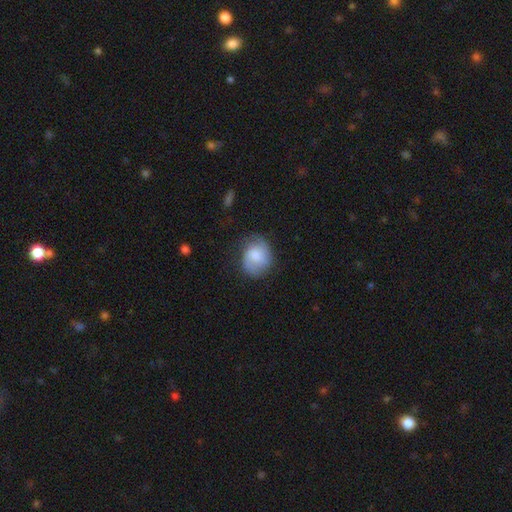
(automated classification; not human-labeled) A smooth galaxy with no disk features (64%) that is round (62%).

Vote fractions:
- Smooth or featured? smooth: 64% / featured or disk: 29% / star or artifact: 7%
- How rounded? round: 62% / in between: 37% / cigar-shaped: 1%
- Merging? none: 63% / minor disturbance: 26% / major disturbance: 10% / merger: 1%